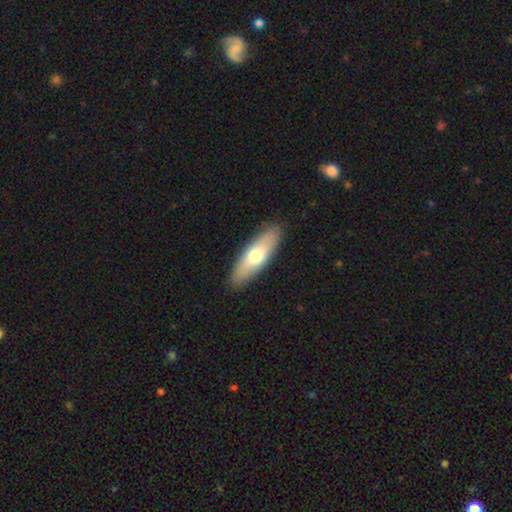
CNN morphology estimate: smooth-or-featured: smooth: 65% | featured or disk: 29% | star or artifact: 5%
  how-rounded: in between: 52% | cigar-shaped: 46% | round: 2%
  merging: none: 89% | minor disturbance: 8% | major disturbance: 2% | merger: 1%